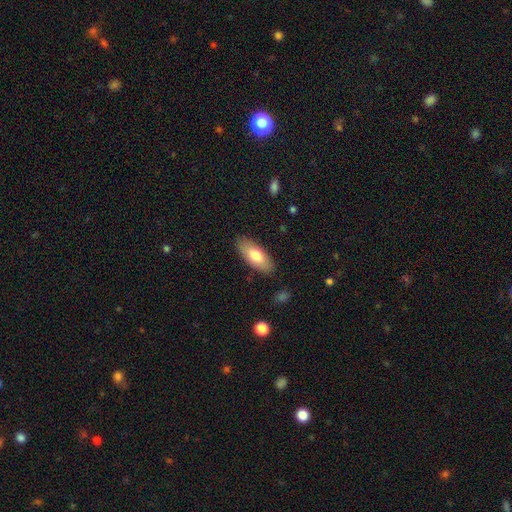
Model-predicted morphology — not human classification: type=smooth (75%); roundness=in between (84%); merging=none (87%).